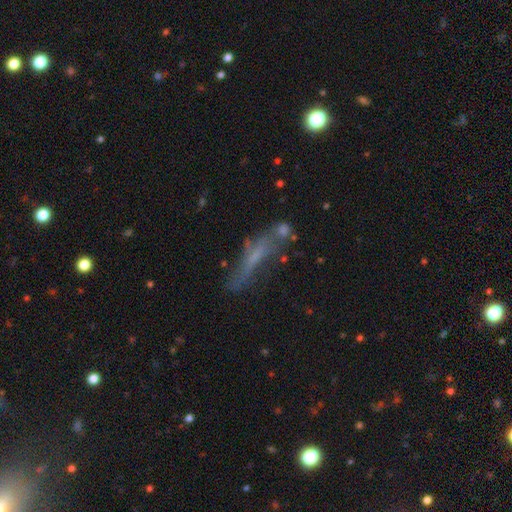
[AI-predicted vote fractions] Smooth or featured? Predicted: featured or disk (p=0.45). Merging? Predicted: none (p=0.49).